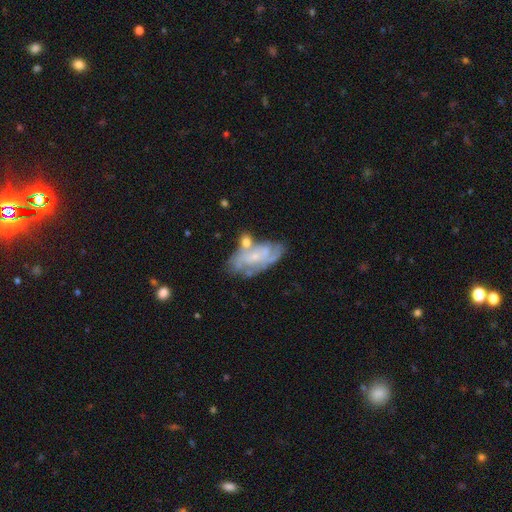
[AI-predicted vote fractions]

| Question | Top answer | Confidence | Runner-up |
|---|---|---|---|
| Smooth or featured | featured or disk | 71% | smooth (22%) |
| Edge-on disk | no | 93% | yes (7%) |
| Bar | no | 69% | weak (25%) |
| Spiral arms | yes | 71% | no (29%) |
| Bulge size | small | 70% | moderate (21%) |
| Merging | none | 45% | merger (22%) |